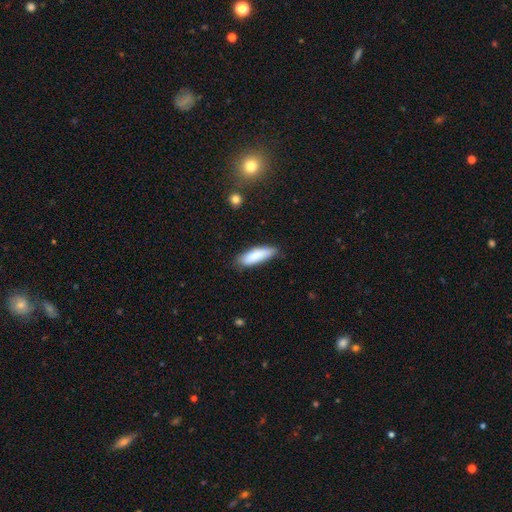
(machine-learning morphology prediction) type=smooth (81%); roundness=in between (51%); merging=none (78%).